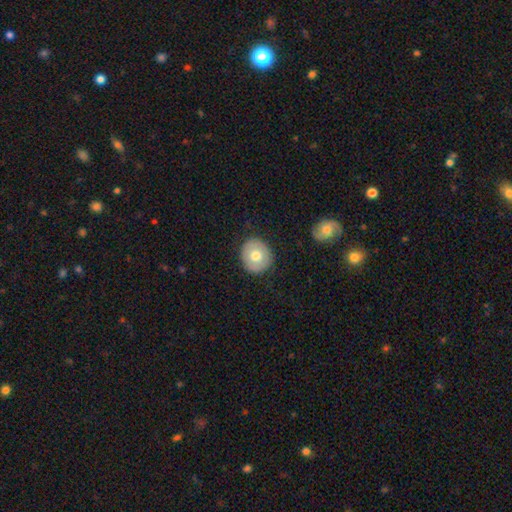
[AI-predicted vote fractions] A smooth galaxy with no disk features (68%) that is round (80%). Merging: none (87%).